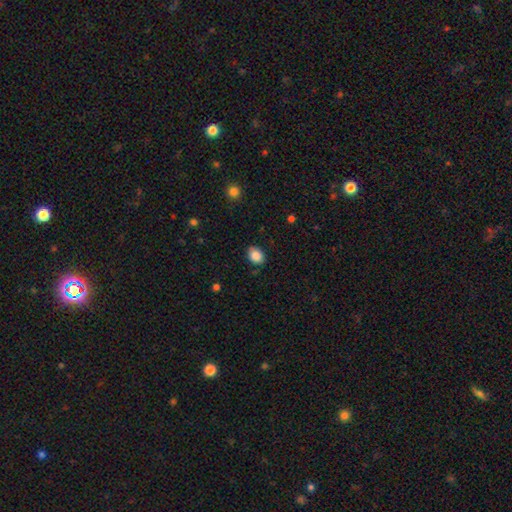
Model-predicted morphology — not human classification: Smooth or featured? smooth (86%)
How rounded? in between (68%)
Merging? none (85%)